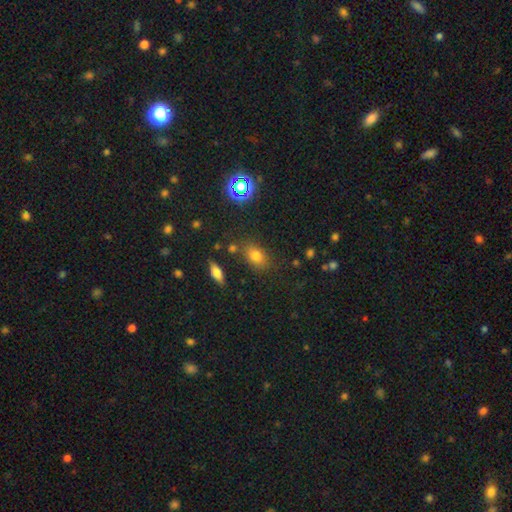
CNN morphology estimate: This appears to be a smooth galaxy with no disk features (71%) that is in between round and cigar-shaped (70%). Merging: none (78%).